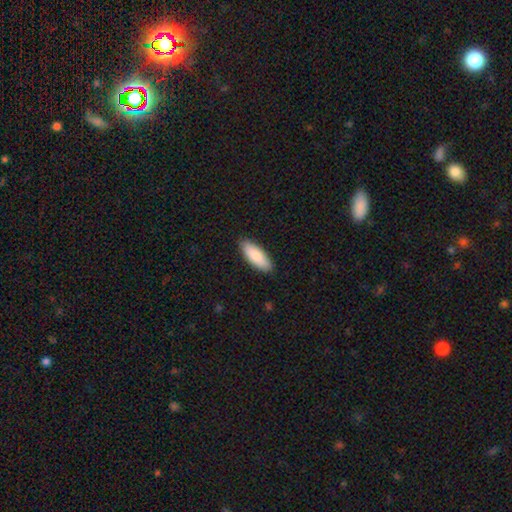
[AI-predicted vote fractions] This is clearly a smooth galaxy (87%). How rounded: likely in between (70%). Merging: clearly none (89%).